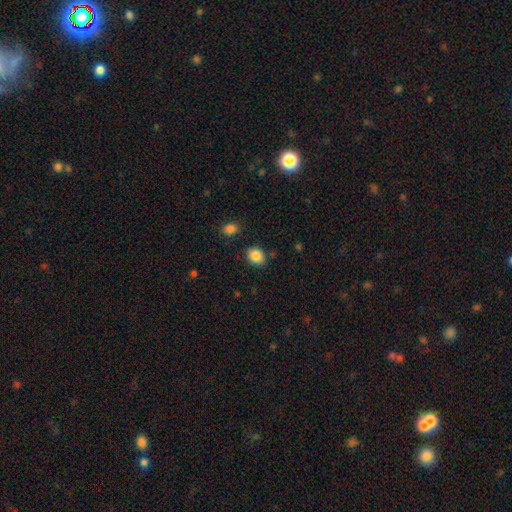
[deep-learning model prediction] Morphology: type=smooth (86%); roundness=in between (50%); merging=none (82%).